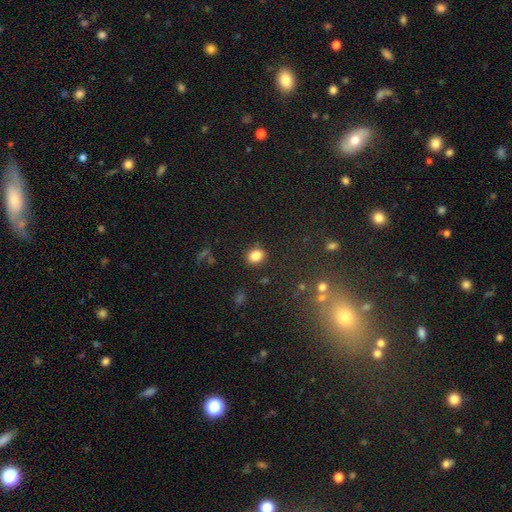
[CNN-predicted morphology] This is clearly a smooth galaxy (83%). How rounded: possibly in between (50%). Merging: clearly none (86%).